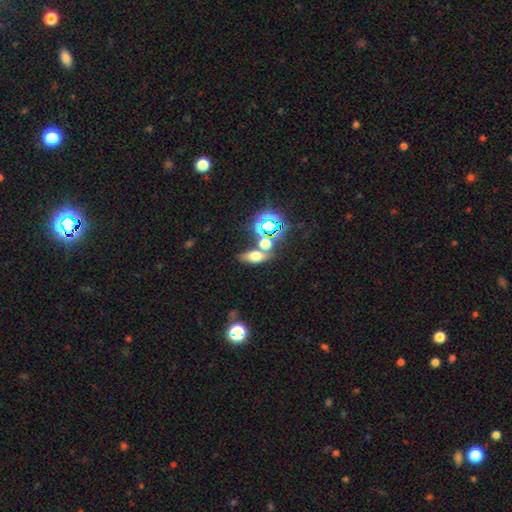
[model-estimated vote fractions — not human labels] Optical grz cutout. It shows a smooth galaxy with no disk features (55%) that is in between round and cigar-shaped (68%). Merging: none (60%).